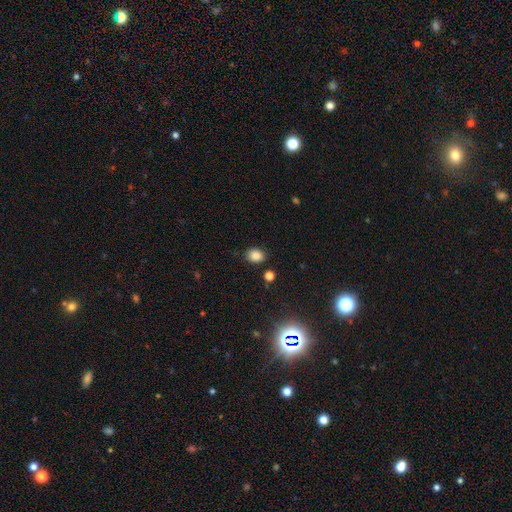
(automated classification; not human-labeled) smooth 85%, star or artifact 11%, featured or disk 4%. Down the decision tree: how rounded — in between (54%); merging — none (84%).